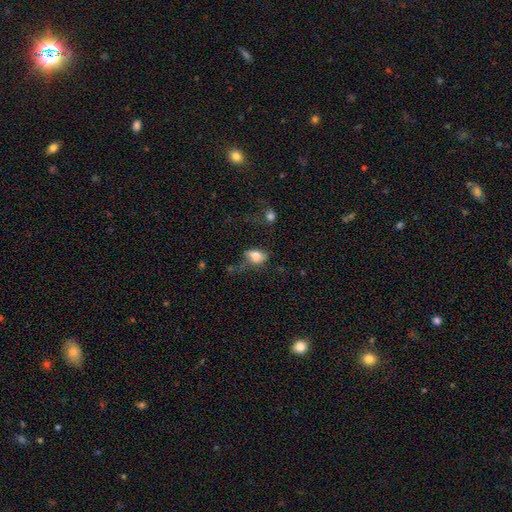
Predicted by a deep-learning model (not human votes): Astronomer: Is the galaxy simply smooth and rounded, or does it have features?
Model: smooth — 68%.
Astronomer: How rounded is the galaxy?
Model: in between — 76%.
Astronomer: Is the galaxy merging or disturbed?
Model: major disturbance — 33% (runner-up: none, 31%).